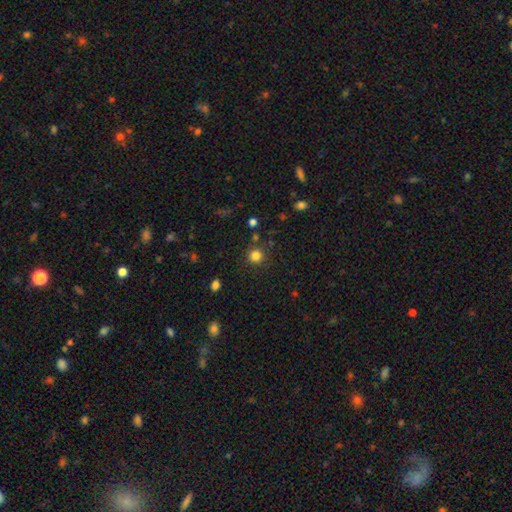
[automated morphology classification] Smooth or featured: smooth — 82% (star or artifact — 13%)
How rounded: round — 93% (in between — 6%)
Merging: none — 86% (minor disturbance — 7%)